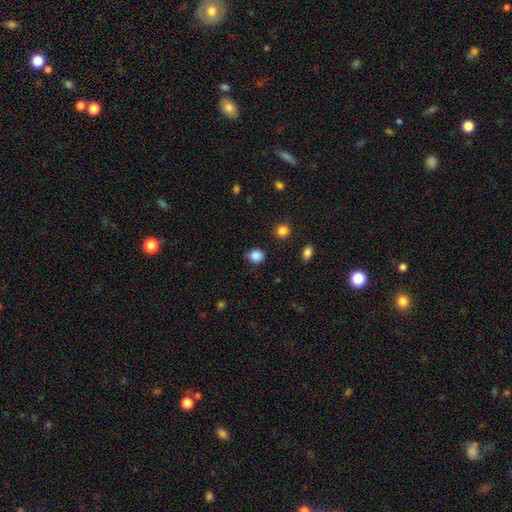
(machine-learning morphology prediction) Smooth or featured? smooth (87%)
How rounded? round (75%)
Merging? none (78%)